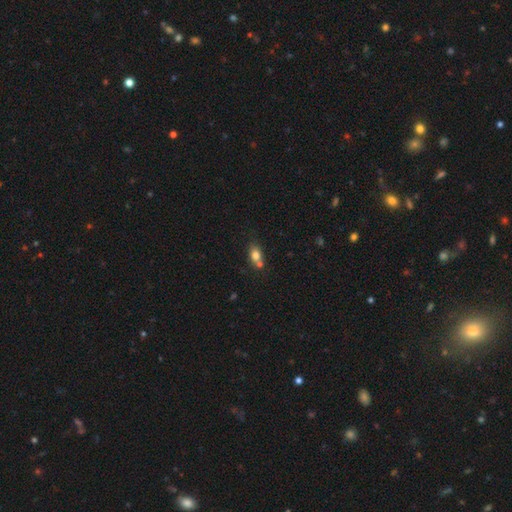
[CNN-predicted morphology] type=smooth (77%); roundness=in between (67%); merging=none (46%).